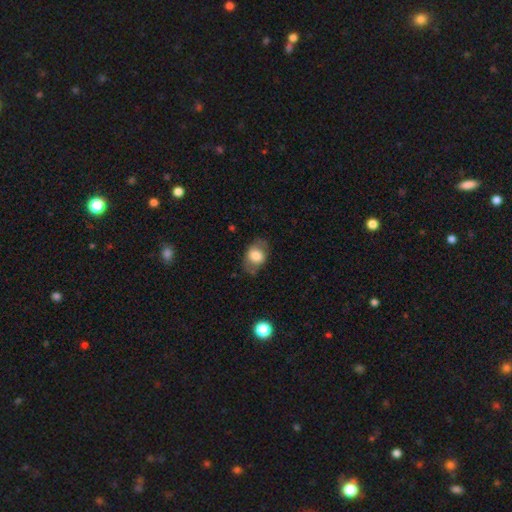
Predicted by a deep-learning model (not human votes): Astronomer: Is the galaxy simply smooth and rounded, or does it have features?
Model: smooth — 70%.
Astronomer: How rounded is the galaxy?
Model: in between — 73%.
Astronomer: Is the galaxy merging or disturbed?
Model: none — 72%.